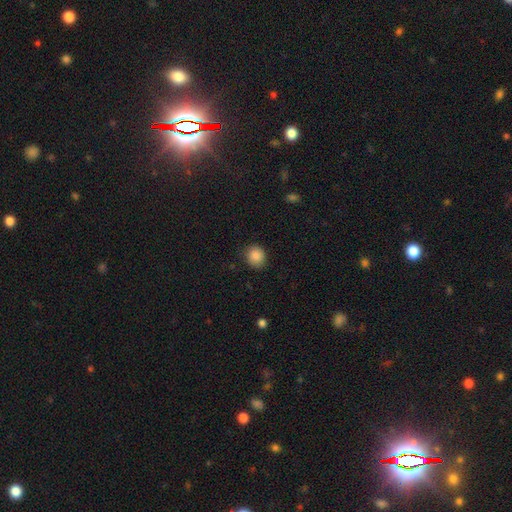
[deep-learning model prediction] A smooth galaxy with no disk features (87%) that is round (80%). Merging: none (85%).